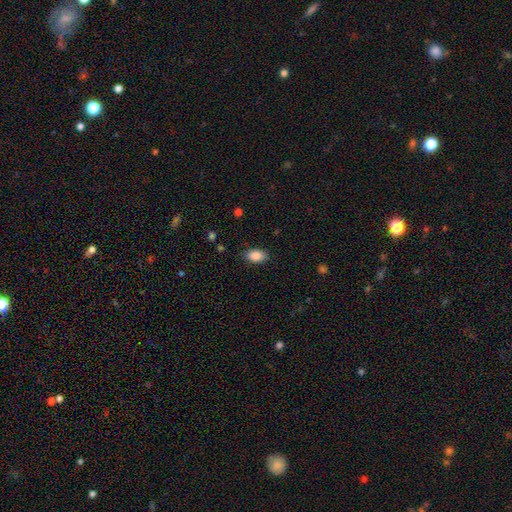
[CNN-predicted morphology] smooth-or-featured: smooth: 88% | star or artifact: 8% | featured or disk: 5%
  how-rounded: in between: 91% | round: 7% | cigar-shaped: 2%
  merging: none: 85% | minor disturbance: 11% | major disturbance: 3% | merger: 1%